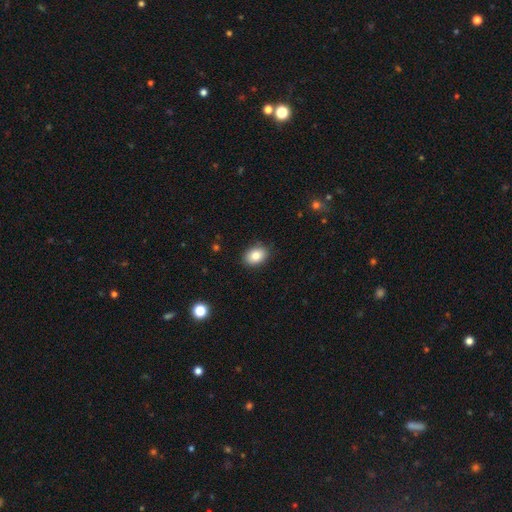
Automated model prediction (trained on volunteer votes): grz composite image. It shows a smooth galaxy with no disk features (83%) that is in between round and cigar-shaped (78%). Merging: none (87%).